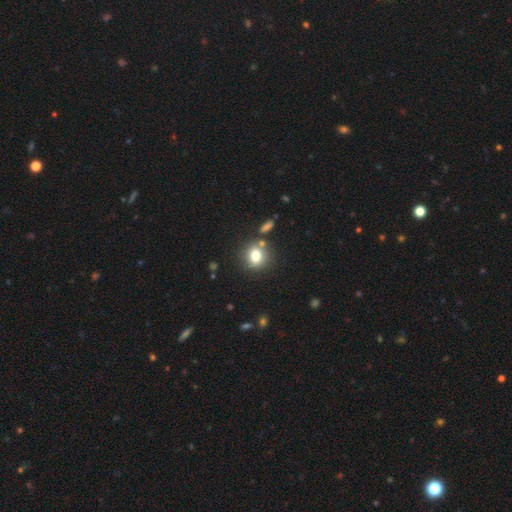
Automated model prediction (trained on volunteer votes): smooth 79%, star or artifact 11%, featured or disk 10%. Down the decision tree: how rounded — round (66%); merging — none (75%).